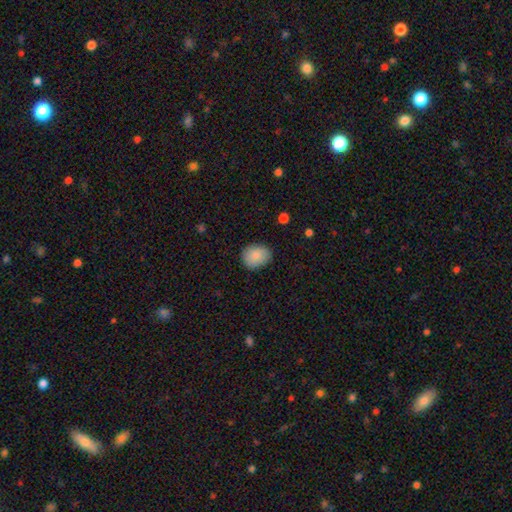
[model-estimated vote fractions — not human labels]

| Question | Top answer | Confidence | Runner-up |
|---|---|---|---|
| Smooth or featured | smooth | 87% | star or artifact (7%) |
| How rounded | round | 52% | in between (47%) |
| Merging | none | 84% | minor disturbance (13%) |